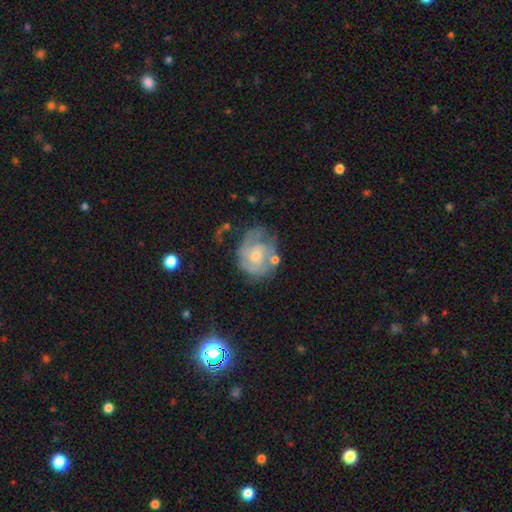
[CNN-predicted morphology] The model was most divided on "spiral arm count": can't tell: 38%, 2: 29%, 3: 18%, 1: 7%, 4: 5%, more than 4: 3%. More confident: edge-on disk — no (98%); spiral arms — yes (82%); smooth or featured — featured or disk (73%); bar — no (67%); spiral winding — tight (52%); merging — none (51%); bulge size — small (50%).